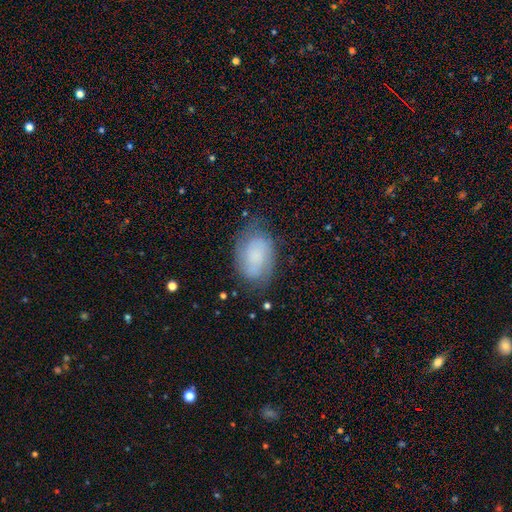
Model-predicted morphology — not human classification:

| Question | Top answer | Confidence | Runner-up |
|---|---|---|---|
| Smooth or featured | featured or disk | 46% | smooth (45%) |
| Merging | none | 67% | minor disturbance (23%) |